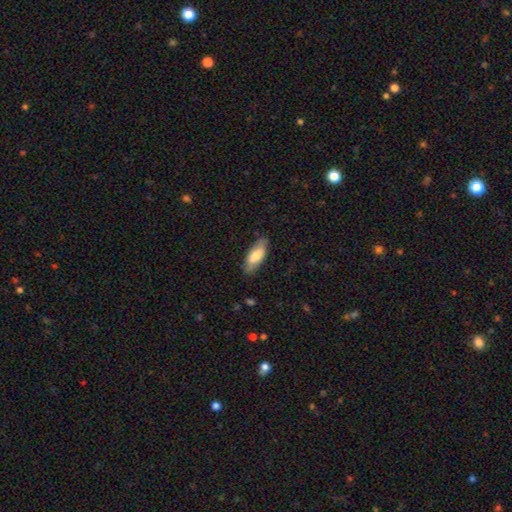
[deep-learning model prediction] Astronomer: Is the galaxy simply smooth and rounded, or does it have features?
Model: smooth — 71%.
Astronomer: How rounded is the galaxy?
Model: in between — 74%.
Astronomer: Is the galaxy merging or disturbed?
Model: none — 81%.